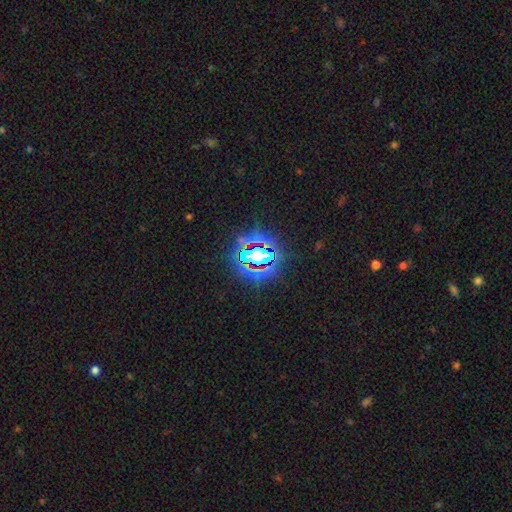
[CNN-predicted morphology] smooth-or-featured: star or artifact: 81% | smooth: 12% | featured or disk: 7%